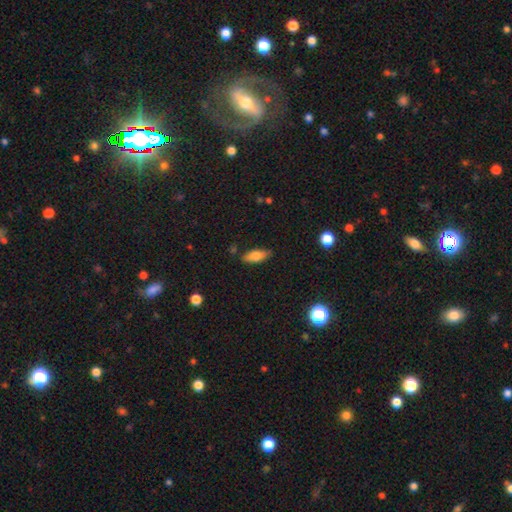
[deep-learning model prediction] Smooth or featured? Predicted: smooth (p=0.70). How rounded? Predicted: in between (p=0.73). Merging? Predicted: none (p=0.83).